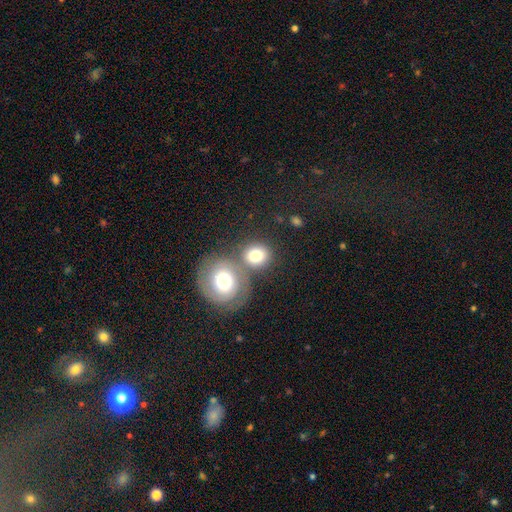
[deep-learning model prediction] smooth-or-featured: smooth: 70% | featured or disk: 23% | star or artifact: 8%
  how-rounded: round: 76% | in between: 23% | cigar-shaped: 1%
  merging: none: 45% | merger: 41% | minor disturbance: 9% | major disturbance: 5%